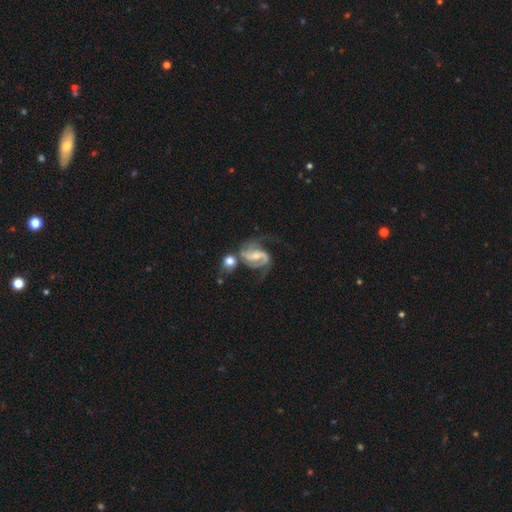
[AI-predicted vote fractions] The model was most divided on "bulge size": small: 46%, moderate: 43%, none: 6%, large: 4%, dominant: 1%. Remaining: edge-on disk — no (98%); spiral arms — yes (97%); smooth or featured — featured or disk (89%); spiral arm count — 2 (85%); spiral winding — medium (55%); bar — weak (46%); merging — none (44%).